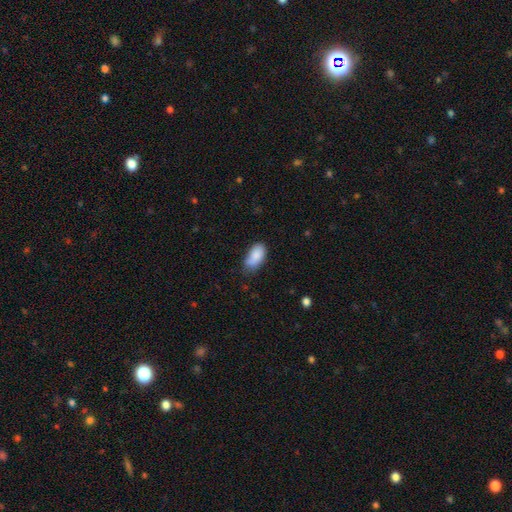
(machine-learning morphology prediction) Smooth or featured?
  - smooth: 86% *
  - featured or disk: 7%
  - star or artifact: 7%
How rounded?
  - in between: 93% *
  - round: 4%
  - cigar-shaped: 4%
Merging?
  - none: 55% *
  - minor disturbance: 34%
  - major disturbance: 7%
  - merger: 4%